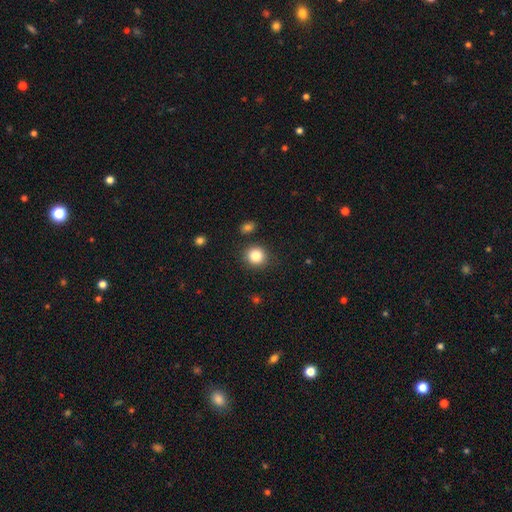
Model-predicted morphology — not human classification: Smooth or featured?
  - smooth: 84% *
  - star or artifact: 10%
  - featured or disk: 6%
How rounded?
  - round: 88% *
  - in between: 11%
  - cigar-shaped: 1%
Merging?
  - none: 87% *
  - minor disturbance: 7%
  - merger: 3%
  - major disturbance: 2%